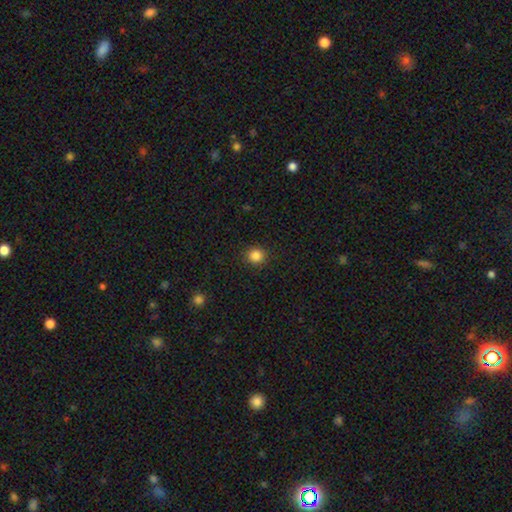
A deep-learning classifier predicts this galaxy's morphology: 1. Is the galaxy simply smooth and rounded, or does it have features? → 85% smooth, 11% star or artifact, 4% featured or disk.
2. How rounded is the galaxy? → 91% round, 8% in between, 1% cigar-shaped.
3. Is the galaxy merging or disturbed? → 91% none, 6% minor disturbance, 2% major disturbance, 1% merger.